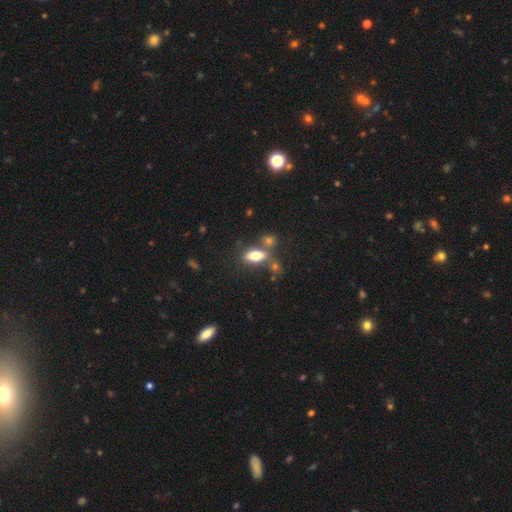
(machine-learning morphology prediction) Q: Smooth or featured?
A: smooth (74%); runner-up: featured or disk (16%)
Q: How rounded?
A: in between (80%); runner-up: cigar-shaped (13%)
Q: Merging?
A: none (54%); runner-up: merger (26%)